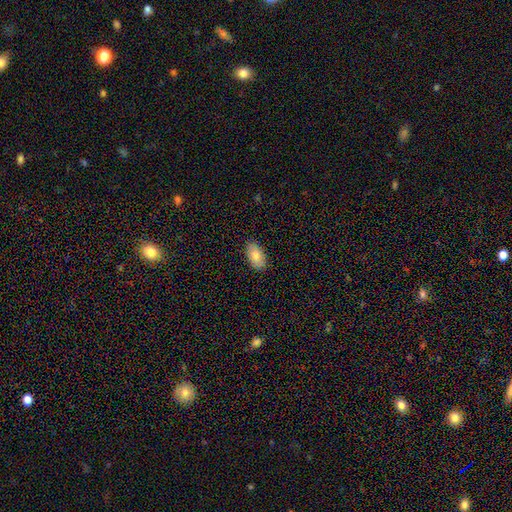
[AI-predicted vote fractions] A smooth galaxy with no disk features (82%) that is in between round and cigar-shaped (94%).

Vote fractions:
- Smooth or featured? smooth: 82% / featured or disk: 11% / star or artifact: 7%
- How rounded? in between: 94% / round: 3% / cigar-shaped: 2%
- Merging? none: 87% / minor disturbance: 10% / major disturbance: 2% / merger: 1%